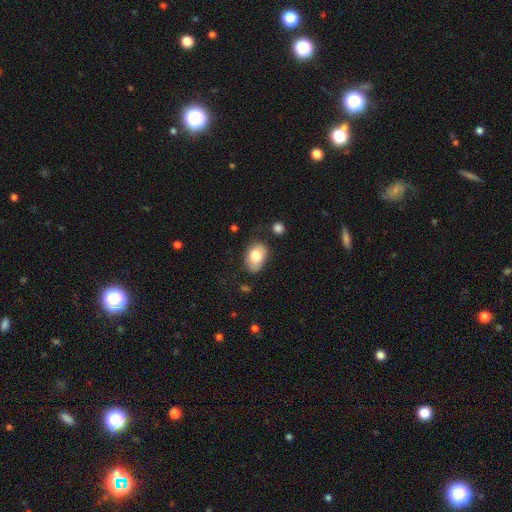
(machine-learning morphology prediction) Overall: smooth (79%). How rounded: in between (83%). Merging: none (68%).